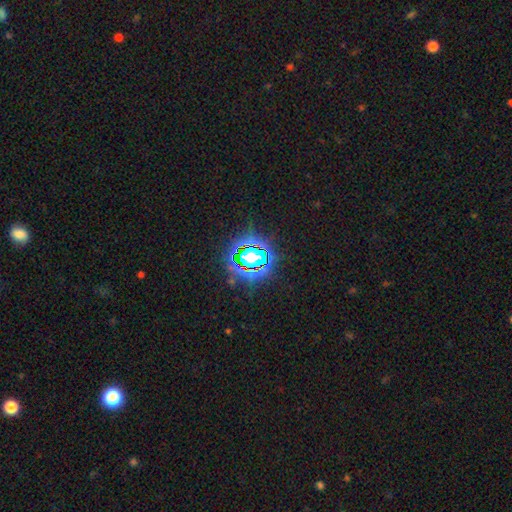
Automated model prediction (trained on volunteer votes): A star or artifact, not a galaxy (80%).

Vote fractions:
- Smooth or featured? star or artifact: 80% / smooth: 12% / featured or disk: 8%